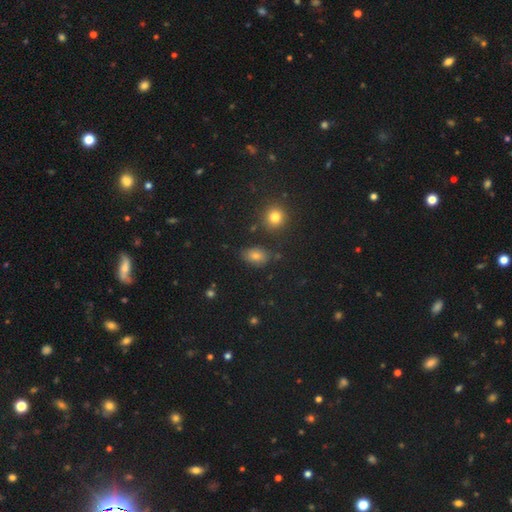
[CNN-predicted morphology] The model was most divided on "smooth or featured": smooth: 70%, star or artifact: 20%, featured or disk: 10%. More confident: merging — none (80%); how rounded — in between (77%).